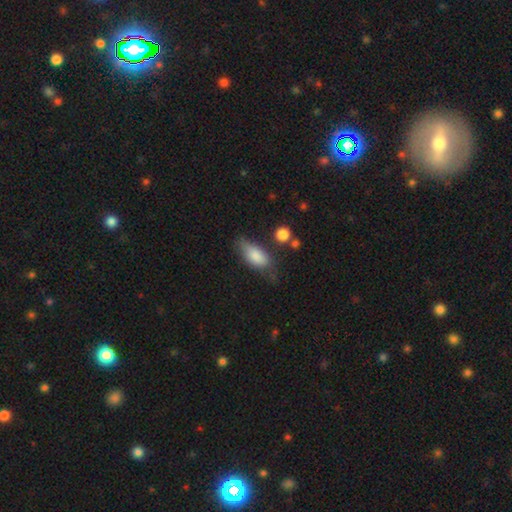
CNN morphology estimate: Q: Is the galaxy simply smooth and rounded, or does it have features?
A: smooth — 81%.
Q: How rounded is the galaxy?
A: in between — 84%.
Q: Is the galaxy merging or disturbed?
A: none — 52%.